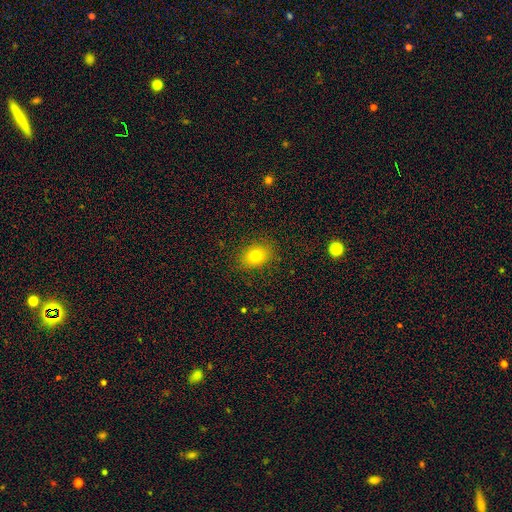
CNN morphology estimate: This is likely a smooth galaxy (77%). How rounded: possibly in between (60%). Merging: clearly none (86%).